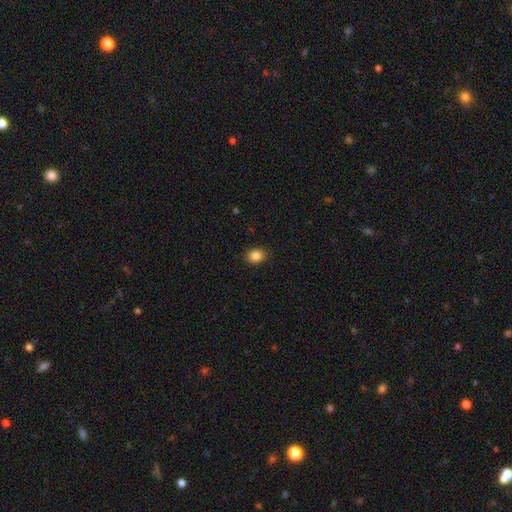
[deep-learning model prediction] Smooth or featured? smooth (85%)
How rounded? round (54%)
Merging? none (89%)